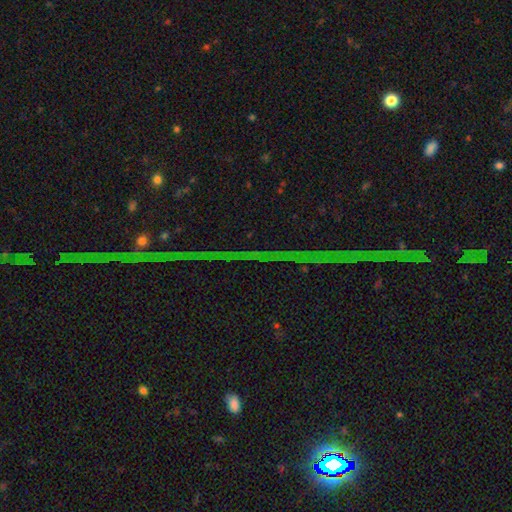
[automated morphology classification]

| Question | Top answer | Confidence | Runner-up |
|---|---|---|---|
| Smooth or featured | star or artifact | 84% | featured or disk (10%) |